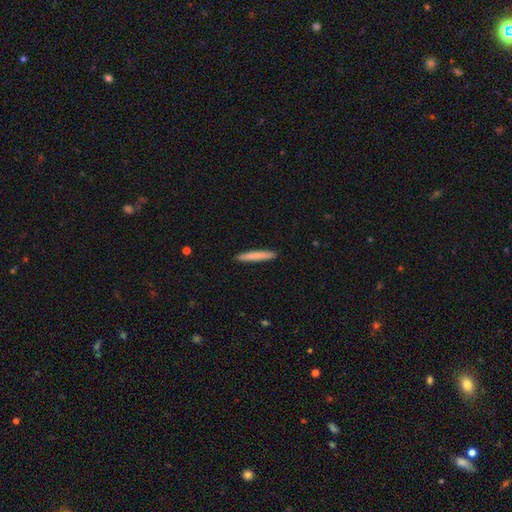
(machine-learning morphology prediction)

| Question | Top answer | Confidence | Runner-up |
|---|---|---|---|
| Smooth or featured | smooth | 80% | featured or disk (15%) |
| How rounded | cigar-shaped | 96% | in between (3%) |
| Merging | none | 92% | minor disturbance (5%) |